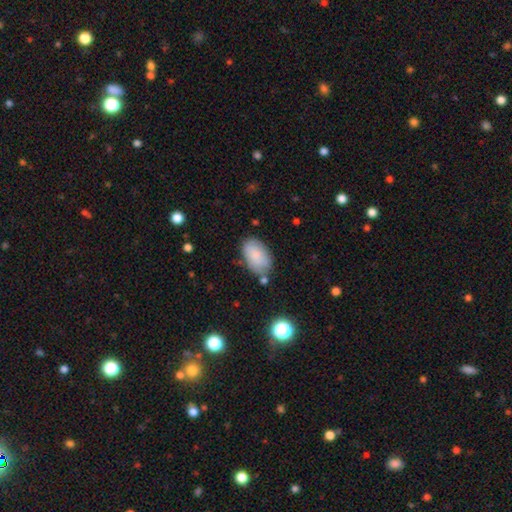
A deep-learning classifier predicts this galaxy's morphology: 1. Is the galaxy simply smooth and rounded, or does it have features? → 79% smooth, 13% featured or disk, 7% star or artifact.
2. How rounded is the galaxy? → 94% in between, 5% round, 1% cigar-shaped.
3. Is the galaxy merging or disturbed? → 69% none, 20% minor disturbance, 6% merger, 5% major disturbance.